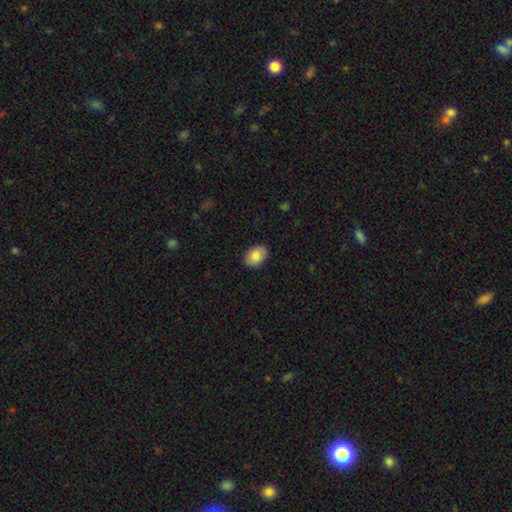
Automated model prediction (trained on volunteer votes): Smooth or featured? smooth (84%)
How rounded? in between (79%)
Merging? none (88%)